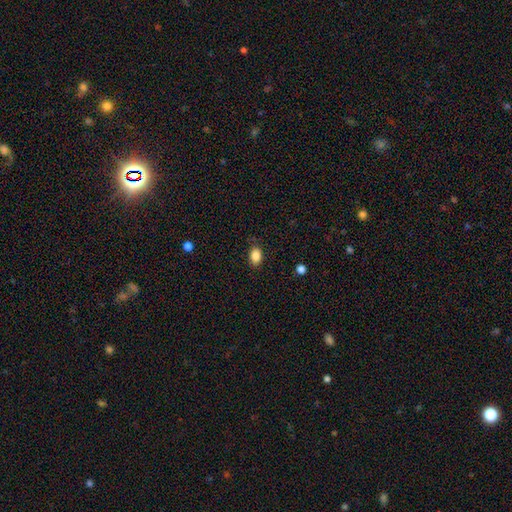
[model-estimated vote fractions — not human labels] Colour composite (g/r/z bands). It shows a smooth galaxy with no disk features (86%) that is in between round and cigar-shaped (80%). Merging: none (83%).